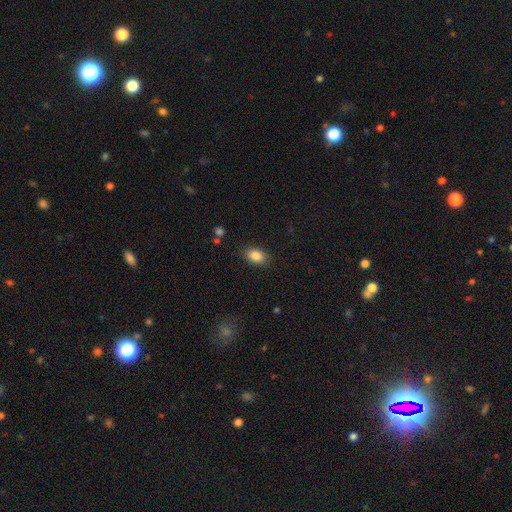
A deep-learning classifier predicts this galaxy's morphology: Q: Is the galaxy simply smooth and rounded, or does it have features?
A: smooth — 86%.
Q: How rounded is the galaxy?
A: in between — 87%.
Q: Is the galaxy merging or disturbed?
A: none — 85%.